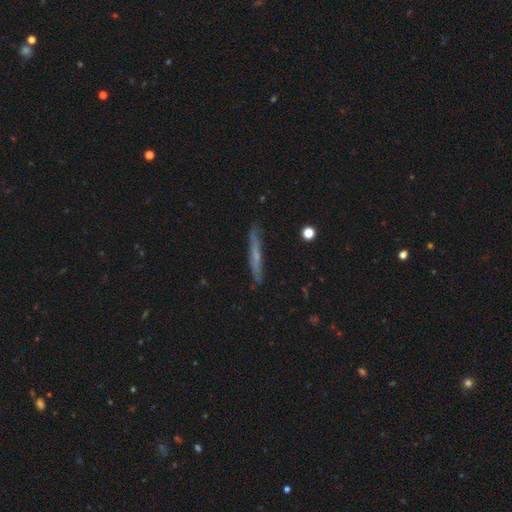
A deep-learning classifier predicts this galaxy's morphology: A featured or disk galaxy (53%) viewed edge-on (93%). Merging: none (86%).